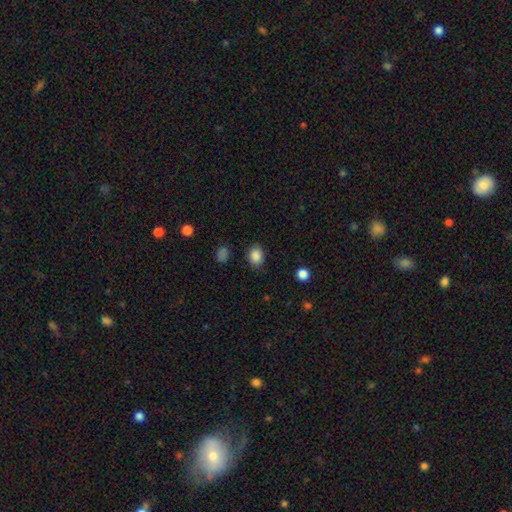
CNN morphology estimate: smooth 87%, star or artifact 10%, featured or disk 4%. Down the decision tree: how rounded — in between (59%); merging — none (83%).